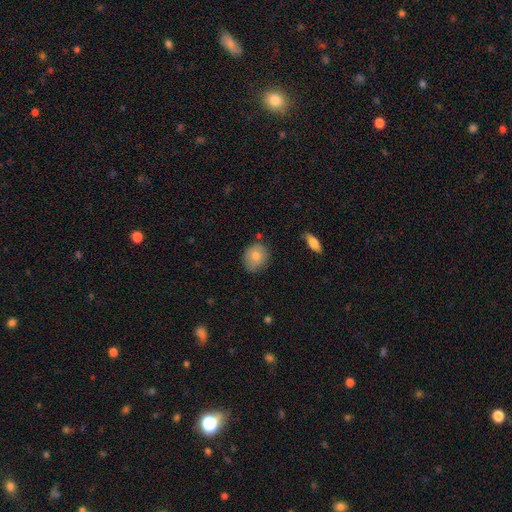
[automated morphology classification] A smooth galaxy with no disk features (75%) that is round (63%). Merging: none (75%).